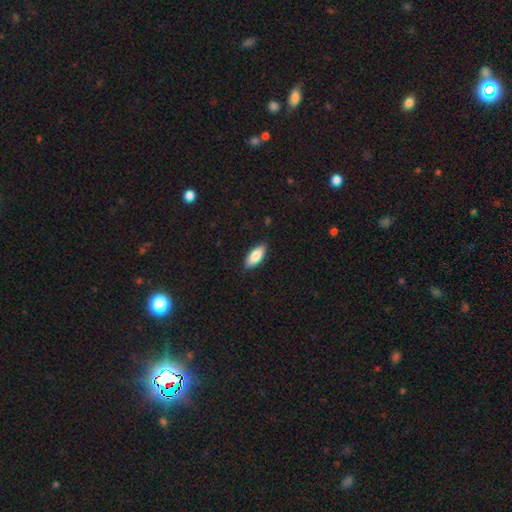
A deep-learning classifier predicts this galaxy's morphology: This appears to be a smooth galaxy with no disk features (79%) that is in between round and cigar-shaped (77%). Merging: none (86%).